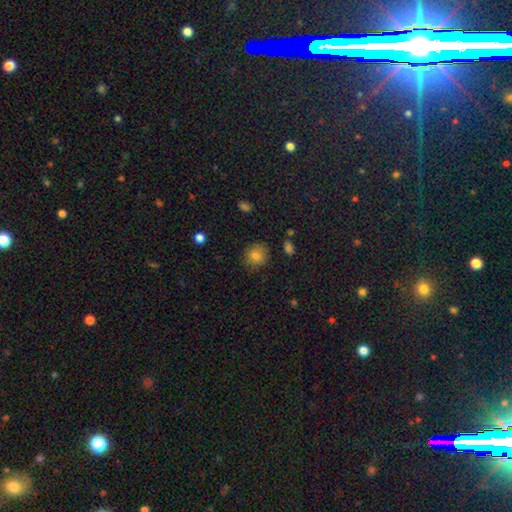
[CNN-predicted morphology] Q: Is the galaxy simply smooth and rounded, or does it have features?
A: smooth — 81%.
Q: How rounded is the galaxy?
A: round — 84%.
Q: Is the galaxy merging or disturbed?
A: none — 83%.